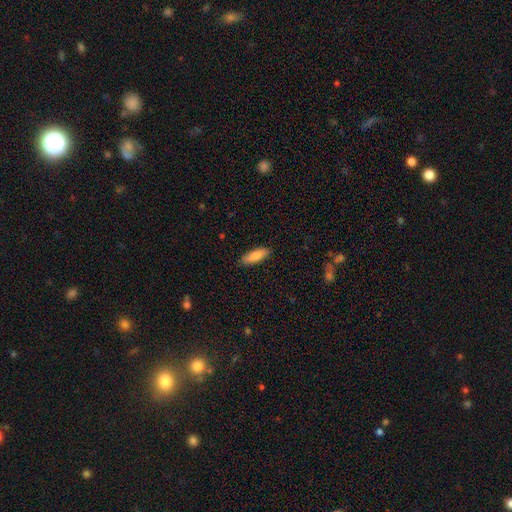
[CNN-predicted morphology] The model was most divided on "how rounded": in between: 58%, cigar-shaped: 41%, round: 2%. More confident: merging — none (88%); smooth or featured — smooth (82%).